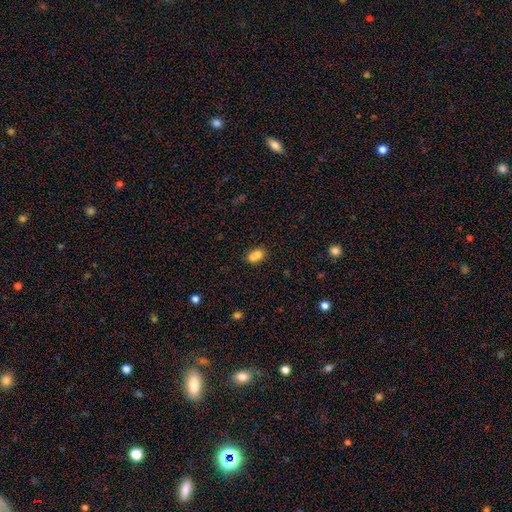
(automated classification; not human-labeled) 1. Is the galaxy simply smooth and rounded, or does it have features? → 77% smooth, 12% featured or disk, 11% star or artifact.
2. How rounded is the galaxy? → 72% in between, 25% round, 2% cigar-shaped.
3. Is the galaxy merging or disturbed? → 44% merger, 39% none, 13% minor disturbance, 4% major disturbance.